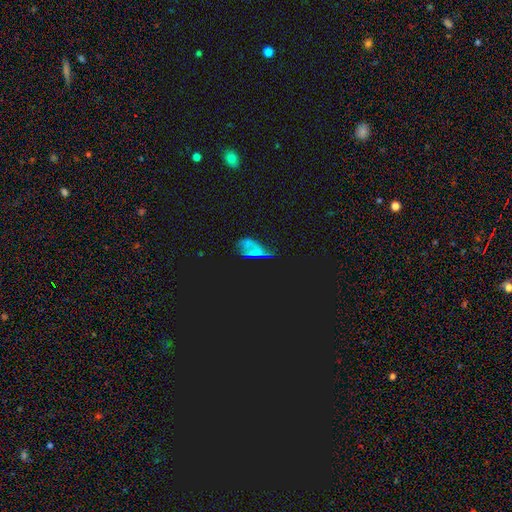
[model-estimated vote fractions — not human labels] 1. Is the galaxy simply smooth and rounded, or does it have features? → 54% star or artifact, 26% smooth, 21% featured or disk.